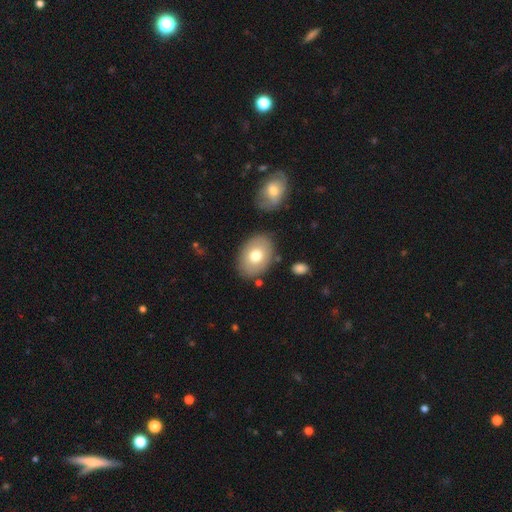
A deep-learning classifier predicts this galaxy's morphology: smooth 72%, featured or disk 21%, star or artifact 7%. Down the decision tree: how rounded — in between (80%); merging — none (82%).